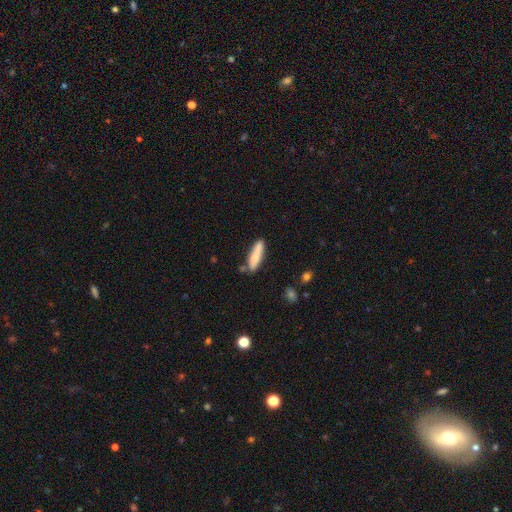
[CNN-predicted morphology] This is likely a smooth galaxy (73%). How rounded: likely cigar-shaped (75%). Merging: likely none (78%).